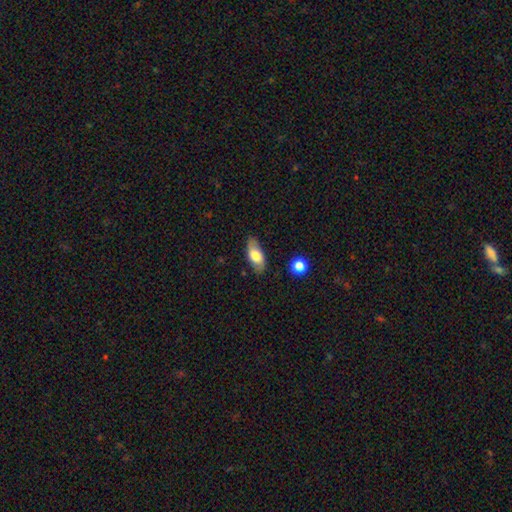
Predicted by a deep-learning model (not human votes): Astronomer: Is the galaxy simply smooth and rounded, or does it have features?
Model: smooth — 68%.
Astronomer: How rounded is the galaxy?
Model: in between — 87%.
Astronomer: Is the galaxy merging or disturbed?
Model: none — 78%.